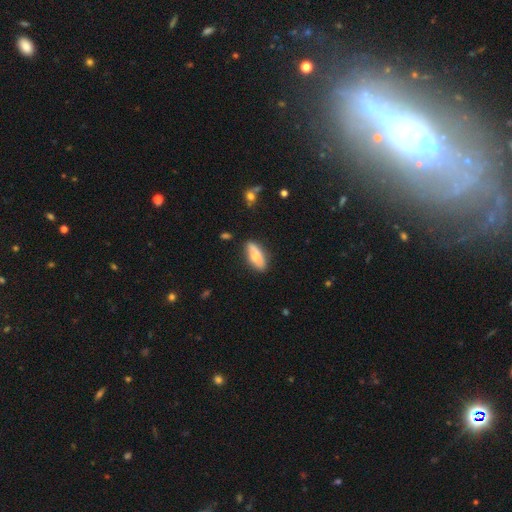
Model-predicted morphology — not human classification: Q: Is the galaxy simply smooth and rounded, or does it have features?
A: smooth — 65%.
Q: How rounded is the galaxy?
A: in between — 82%.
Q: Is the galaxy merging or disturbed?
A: none — 71%.